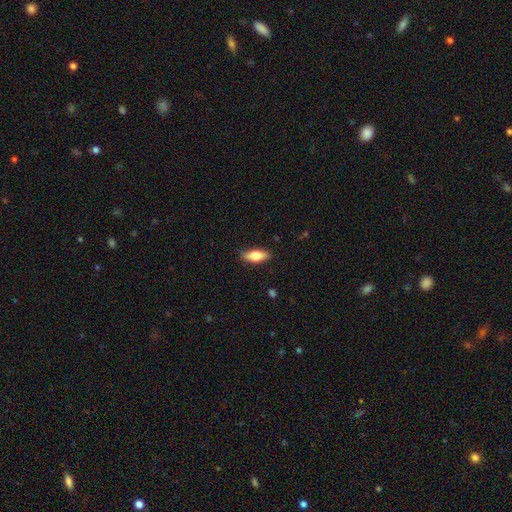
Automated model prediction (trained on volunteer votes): smooth 72%, featured or disk 22%, star or artifact 6%. Down the decision tree: how rounded — in between (72%); merging — none (85%).